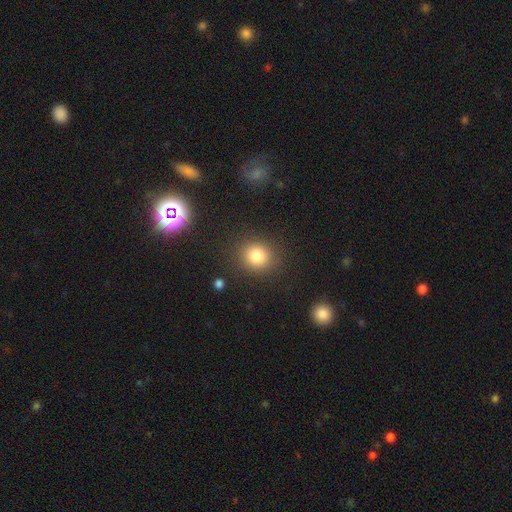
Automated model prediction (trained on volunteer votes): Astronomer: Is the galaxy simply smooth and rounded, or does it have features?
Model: smooth — 64%.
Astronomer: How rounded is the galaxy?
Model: round — 88%.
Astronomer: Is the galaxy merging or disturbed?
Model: none — 90%.